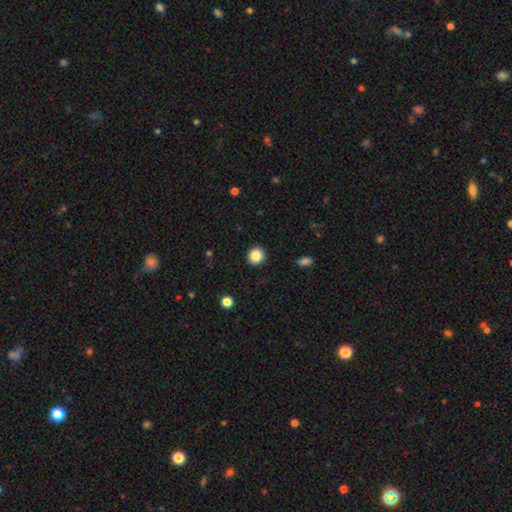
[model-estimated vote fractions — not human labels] Smooth or featured? smooth (86%)
How rounded? round (94%)
Merging? none (93%)